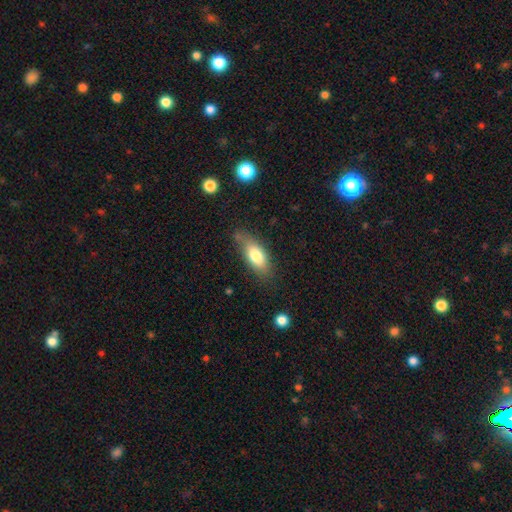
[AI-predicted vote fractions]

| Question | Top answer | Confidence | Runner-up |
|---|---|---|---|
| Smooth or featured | smooth | 76% | featured or disk (17%) |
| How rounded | in between | 80% | cigar-shaped (17%) |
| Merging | none | 67% | minor disturbance (24%) |